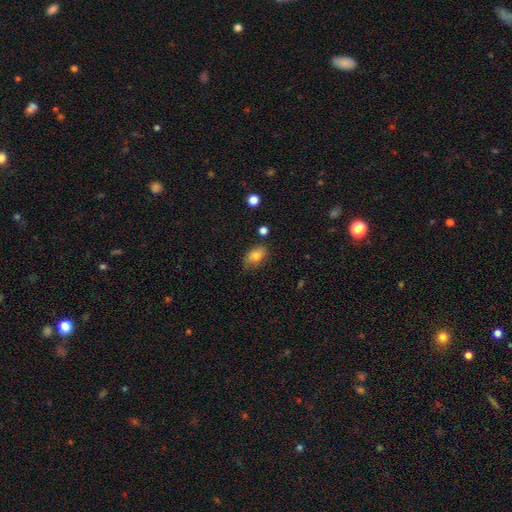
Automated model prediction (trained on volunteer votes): Morphology: type=smooth (81%); roundness=in between (87%); merging=none (68%).